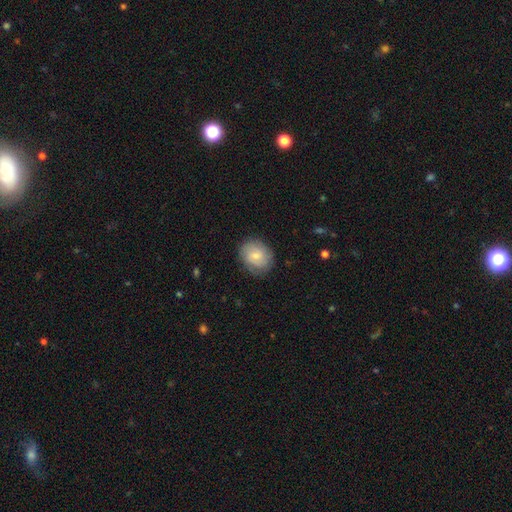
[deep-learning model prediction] Smooth or featured?
  - smooth: 65% *
  - featured or disk: 28%
  - star or artifact: 7%
How rounded?
  - round: 61% *
  - in between: 38%
  - cigar-shaped: 1%
Merging?
  - none: 79% *
  - minor disturbance: 15%
  - major disturbance: 4%
  - merger: 1%